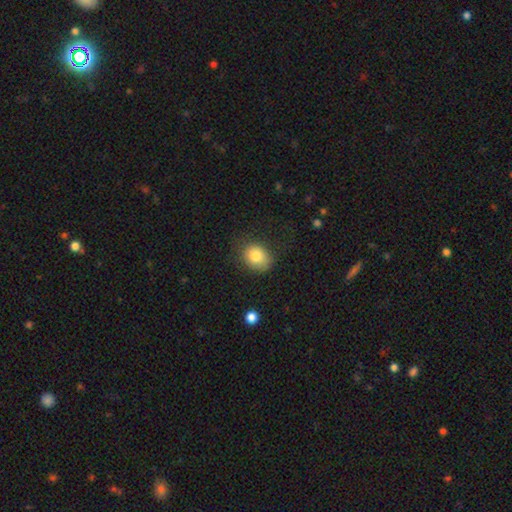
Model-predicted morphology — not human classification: smooth_or_featured: smooth (p=0.82) [alt: featured or disk p=0.09]
how_rounded: in between (p=0.54) [alt: round p=0.45]
merging: none (p=0.69) [alt: minor disturbance p=0.21]